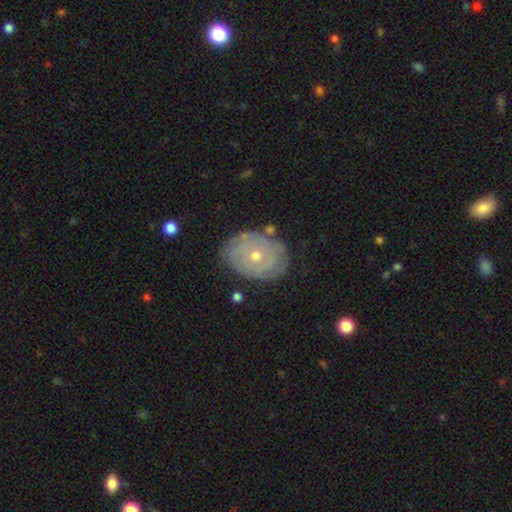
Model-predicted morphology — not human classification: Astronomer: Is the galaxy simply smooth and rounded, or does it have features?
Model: featured or disk — 73%.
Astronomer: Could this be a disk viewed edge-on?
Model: no — 96%.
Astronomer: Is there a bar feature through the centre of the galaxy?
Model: no — 85%.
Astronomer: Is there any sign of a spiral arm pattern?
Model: yes — 76%.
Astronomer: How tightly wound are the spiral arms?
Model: tight — 80%.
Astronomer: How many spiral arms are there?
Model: can't tell — 55%.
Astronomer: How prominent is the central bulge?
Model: moderate — 50% (runner-up: small, 47%).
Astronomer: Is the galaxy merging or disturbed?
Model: none — 76%.